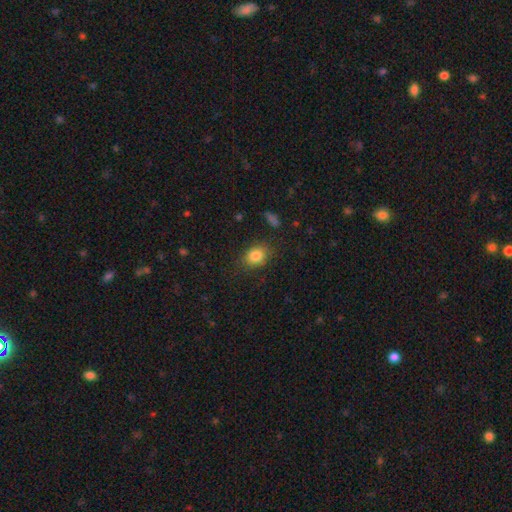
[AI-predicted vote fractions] smooth 83%, star or artifact 10%, featured or disk 7%. Down the decision tree: how rounded — in between (59%); merging — none (79%).